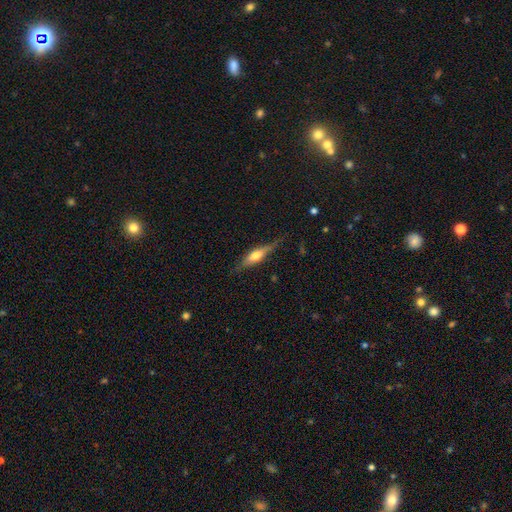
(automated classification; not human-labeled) Overall: featured or disk (52%; smooth 41%). Edge-on disk: yes (92%). Merging: none (73%).